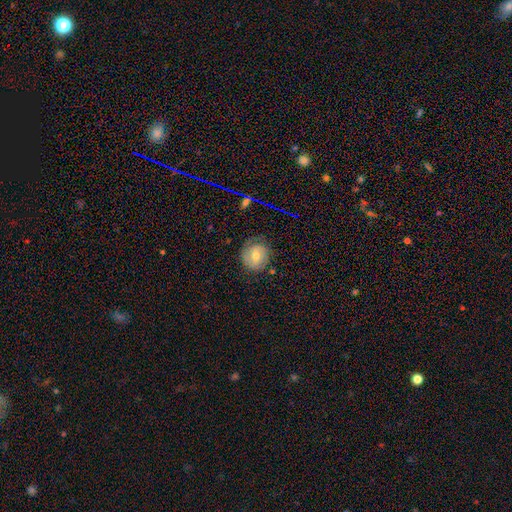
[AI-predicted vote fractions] Morphology: type=featured or disk (57%); edge-on=no (97%); bar=no (52%); spiral arms=yes (85%); bulge=moderate (62%); merging=none (75%).